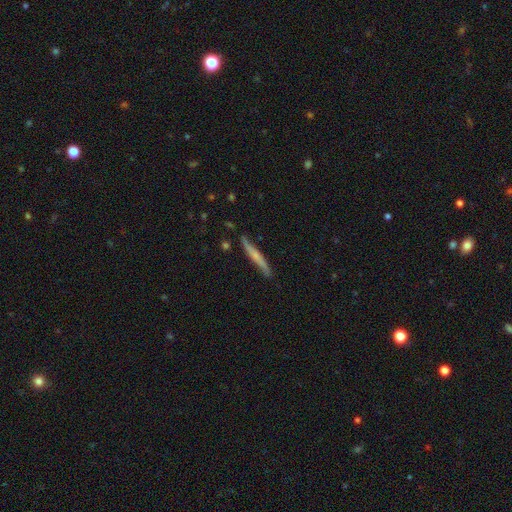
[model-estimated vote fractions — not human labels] Smooth or featured: featured or disk — 54% (smooth — 40%)
Edge-on disk: yes — 87% (no — 13%)
Merging: none — 78% (minor disturbance — 17%)